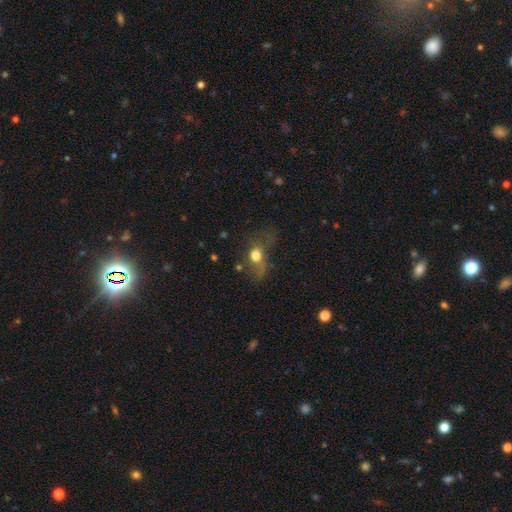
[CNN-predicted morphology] Smooth or featured?
  - smooth: 60% *
  - featured or disk: 26%
  - star or artifact: 14%
How rounded?
  - round: 48% * (tied)
  - in between: 48% * (tied)
  - cigar-shaped: 4%
Merging?
  - major disturbance: 45% *
  - none: 29%
  - minor disturbance: 21%
  - merger: 5%